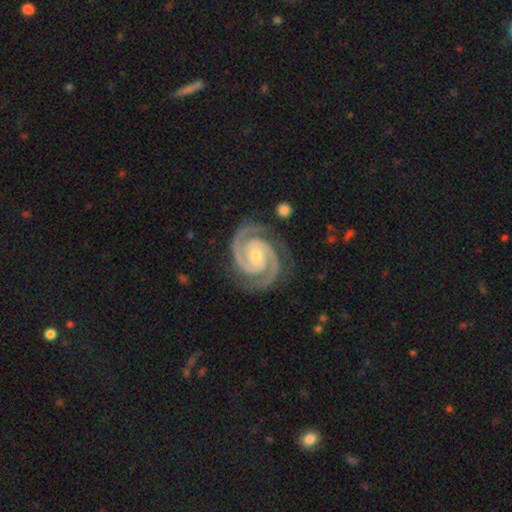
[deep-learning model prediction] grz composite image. It shows a featured or disk galaxy (94%) with no bar (61%), 2 (93%) tight (70%) spiral arms (99%) and a small central bulge (56%). Merging: none (84%).